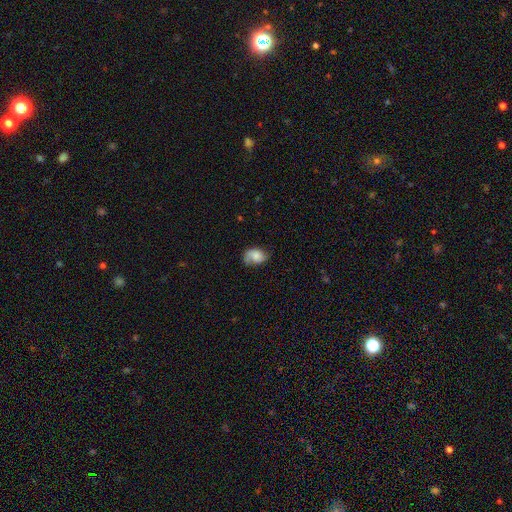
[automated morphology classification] smooth_or_featured: smooth (p=0.46) [alt: featured or disk p=0.45]
merging: none (p=0.57) [alt: minor disturbance p=0.28]